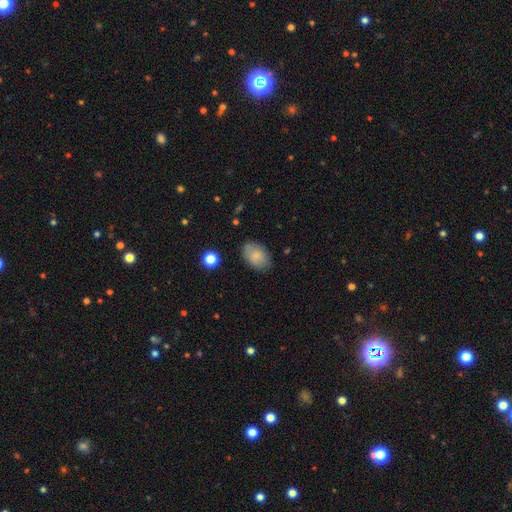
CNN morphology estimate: smooth 80%, featured or disk 12%, star or artifact 8%. Down the decision tree: how rounded — in between (86%); merging — none (82%).